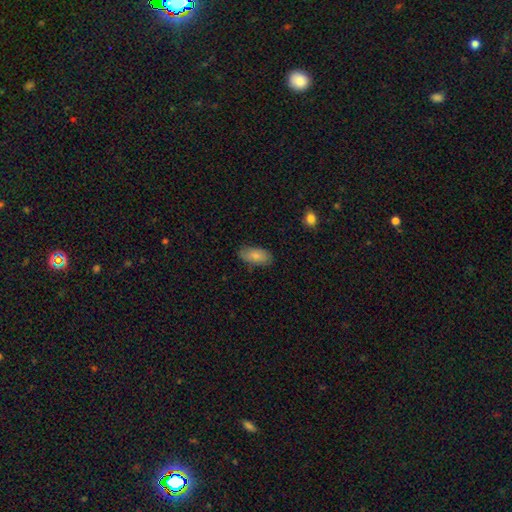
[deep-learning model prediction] This appears to be a smooth galaxy with no disk features (83%) that is in between round and cigar-shaped (92%). Merging: none (82%).